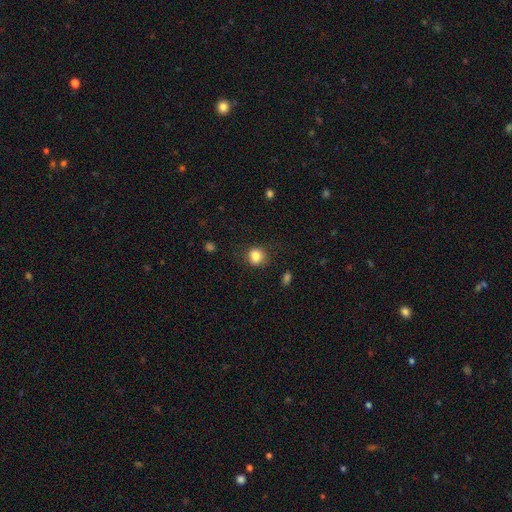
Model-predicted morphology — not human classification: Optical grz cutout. It shows a smooth galaxy with no disk features (83%) that is round (69%). Merging: none (70%).